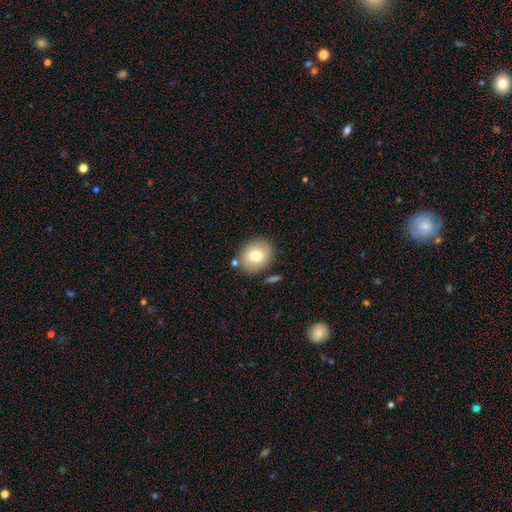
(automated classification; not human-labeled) smooth_or_featured: smooth (p=0.75) [alt: featured or disk p=0.17]
how_rounded: round (p=0.53) [alt: in between p=0.46]
merging: none (p=0.78) [alt: minor disturbance p=0.12]